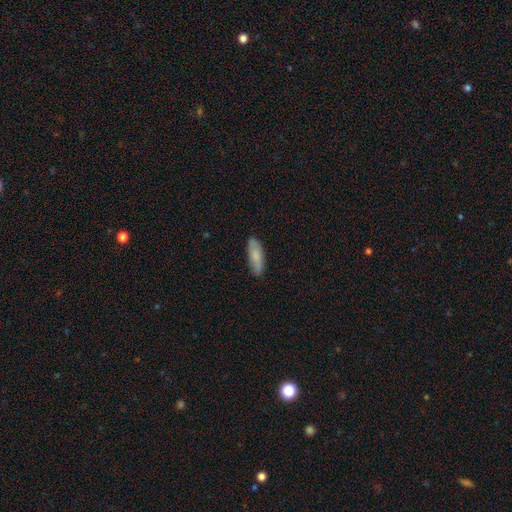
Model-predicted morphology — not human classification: This appears to be a smooth galaxy with no disk features (81%) that is in between round and cigar-shaped (58%). Merging: none (85%).